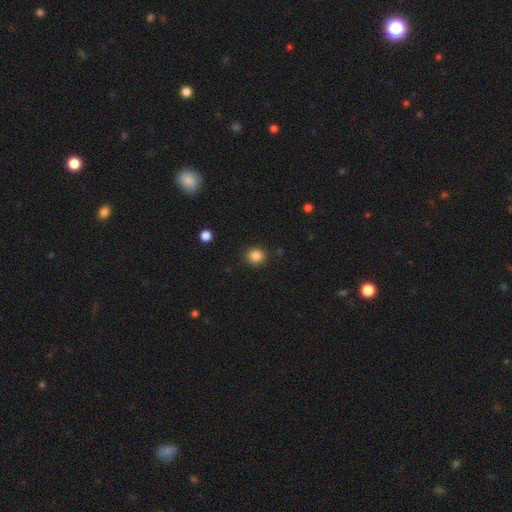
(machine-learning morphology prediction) This is clearly a smooth galaxy (85%). How rounded: clearly round (83%). Merging: clearly none (90%).